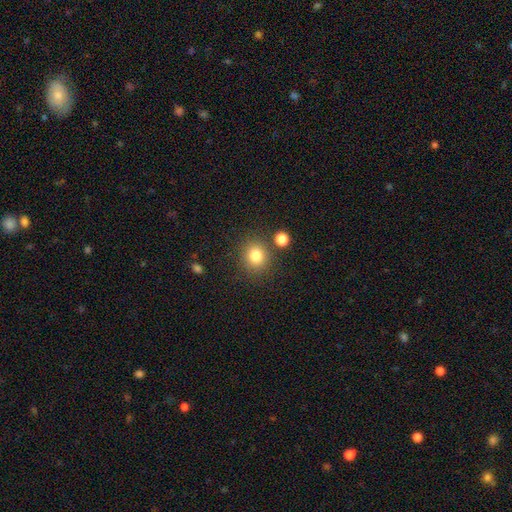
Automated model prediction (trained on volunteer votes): Smooth or featured: smooth — 81% (star or artifact — 12%)
How rounded: round — 77% (in between — 22%)
Merging: none — 79% (minor disturbance — 10%)